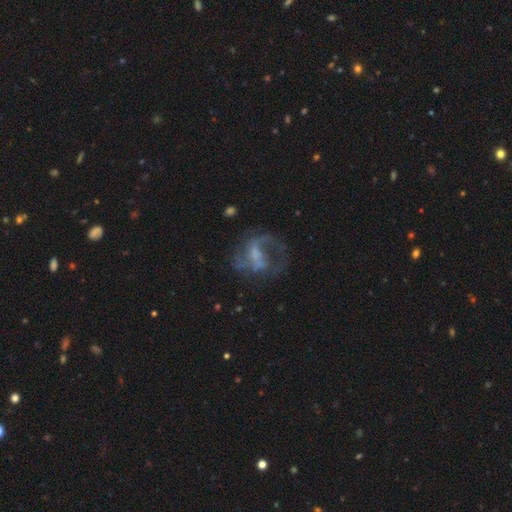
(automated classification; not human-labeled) Smooth or featured: featured or disk — 71% (smooth — 18%)
Edge-on disk: no — 97% (yes — 3%)
Bar: weak — 43% (no — 38%)
Spiral arms: yes — 72% (no — 28%)
Bulge size: none — 36% (small — 31%)
Merging: none — 46% (major disturbance — 34%)